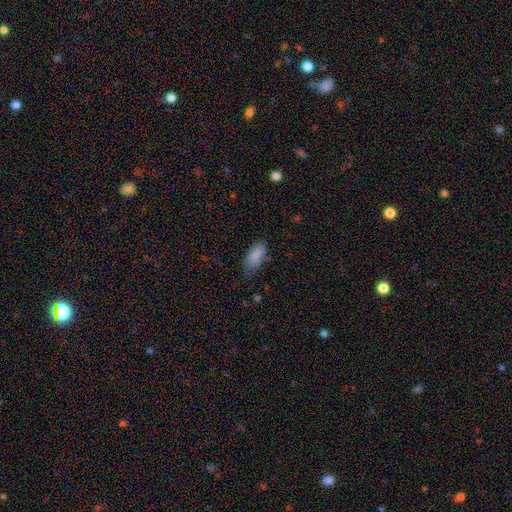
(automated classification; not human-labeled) This appears to be a smooth galaxy with no disk features (85%) that is in between round and cigar-shaped (88%). Merging: none (61%).